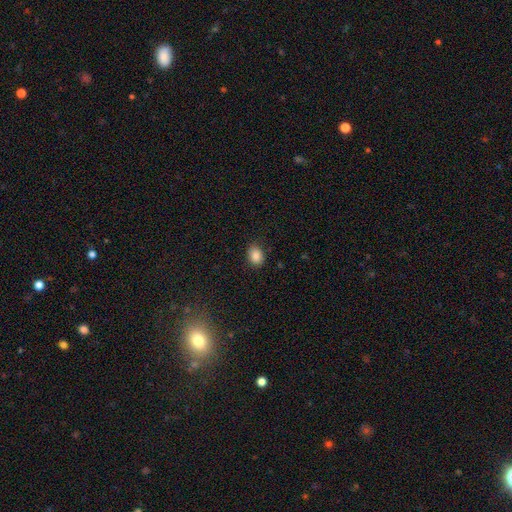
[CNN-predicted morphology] A smooth galaxy with no disk features (85%) that is in between round and cigar-shaped (63%).

Vote fractions:
- Smooth or featured? smooth: 85% / star or artifact: 9% / featured or disk: 6%
- How rounded? in between: 63% / round: 36% / cigar-shaped: 1%
- Merging? none: 85% / minor disturbance: 12% / major disturbance: 2% / merger: 1%